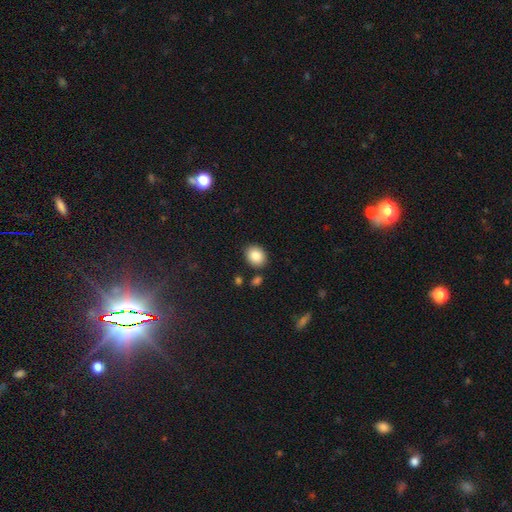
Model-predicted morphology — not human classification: smooth 86%, star or artifact 8%, featured or disk 6%. Down the decision tree: how rounded — round (51%); merging — none (85%).